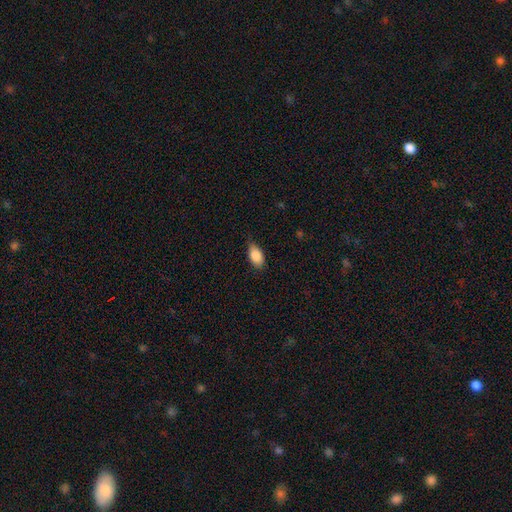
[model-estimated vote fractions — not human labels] Smooth or featured?
  - smooth: 88% *
  - star or artifact: 7%
  - featured or disk: 6%
How rounded?
  - in between: 92% *
  - round: 5%
  - cigar-shaped: 3%
Merging?
  - none: 75% *
  - minor disturbance: 21%
  - major disturbance: 3%
  - merger: 1%